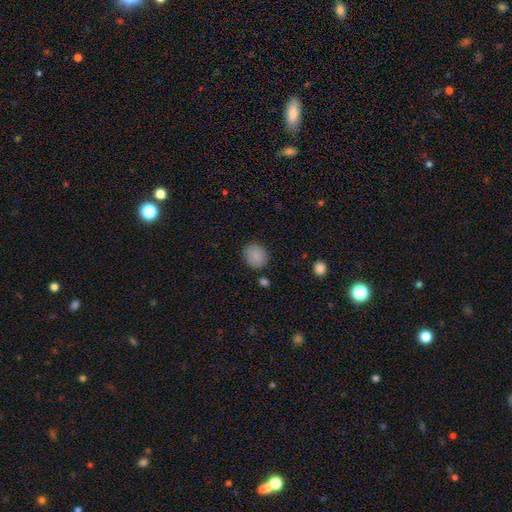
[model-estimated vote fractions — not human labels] Smooth or featured?
  - smooth: 86% *
  - star or artifact: 8%
  - featured or disk: 6%
How rounded?
  - round: 66% *
  - in between: 33%
  - cigar-shaped: 1%
Merging?
  - none: 85% *
  - minor disturbance: 10%
  - major disturbance: 3%
  - merger: 2%